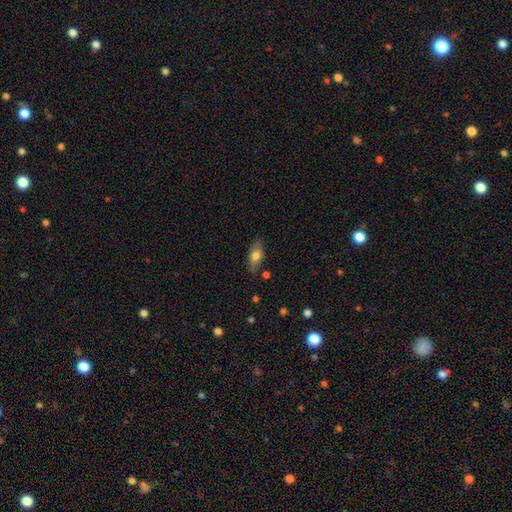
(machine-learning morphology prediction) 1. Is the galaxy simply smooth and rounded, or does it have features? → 66% smooth, 27% featured or disk, 7% star or artifact.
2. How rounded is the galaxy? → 77% in between, 19% cigar-shaped, 4% round.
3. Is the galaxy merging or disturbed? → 79% none, 15% minor disturbance, 3% major disturbance, 2% merger.